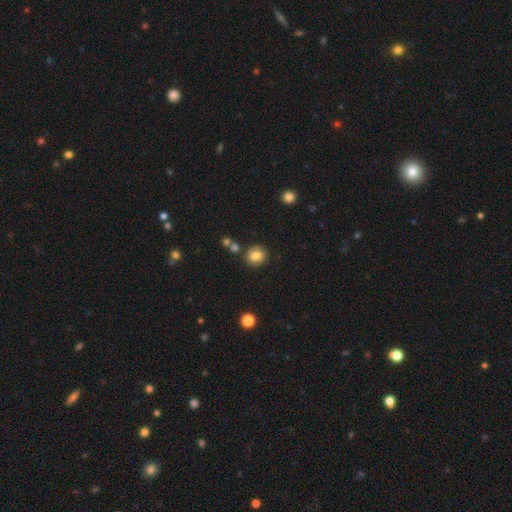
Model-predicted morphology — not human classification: smooth 80%, featured or disk 10%, star or artifact 10%. Down the decision tree: how rounded — round (64%); merging — none (77%).